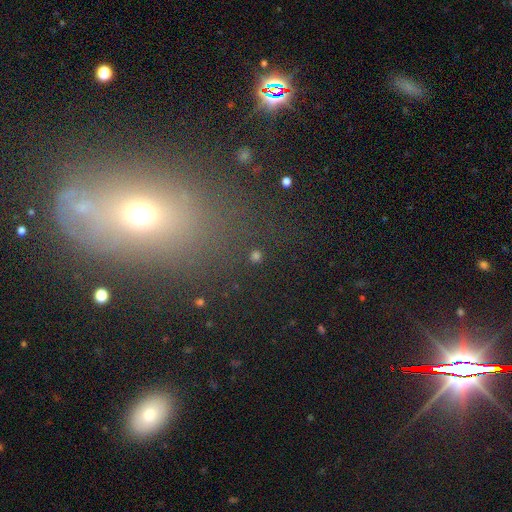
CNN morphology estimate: Smooth or featured? Predicted: smooth (p=0.46). Merging? Predicted: none (p=0.82).